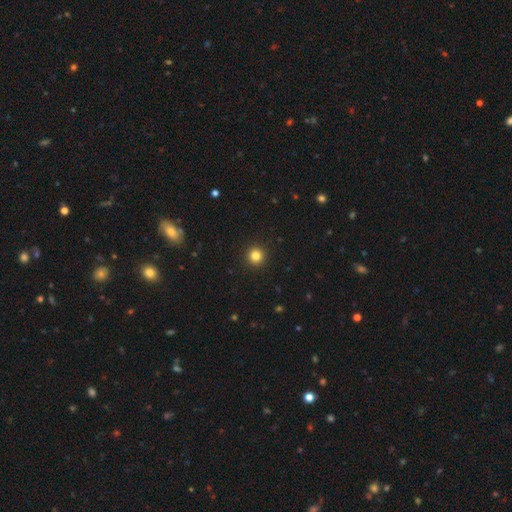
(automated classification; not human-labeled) smooth_or_featured: smooth (p=0.83) [alt: star or artifact p=0.12]
how_rounded: round (p=0.96) [alt: in between p=0.03]
merging: none (p=0.94) [alt: minor disturbance p=0.04]